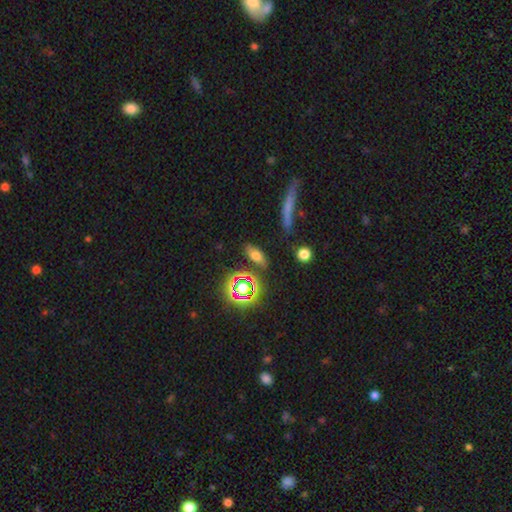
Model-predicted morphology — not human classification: type=smooth (65%); roundness=in between (71%); merging=none (80%).